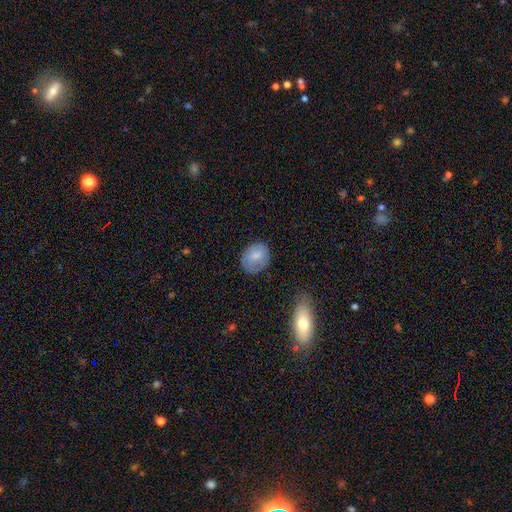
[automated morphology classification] smooth_or_featured: smooth (p=0.73) [alt: featured or disk p=0.20]
how_rounded: in between (p=0.50) [alt: round p=0.49]
merging: none (p=0.73) [alt: minor disturbance p=0.20]